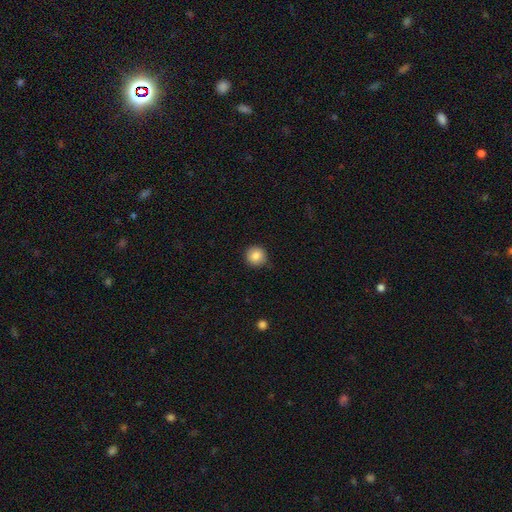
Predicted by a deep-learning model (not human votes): Smooth or featured? Predicted: smooth (p=0.85). How rounded? Predicted: round (p=0.93). Merging? Predicted: none (p=0.87).